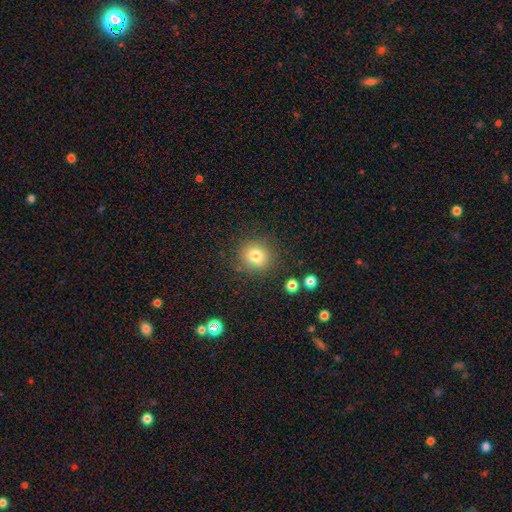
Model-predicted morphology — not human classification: Smooth or featured? smooth (79%)
How rounded? round (88%)
Merging? none (85%)